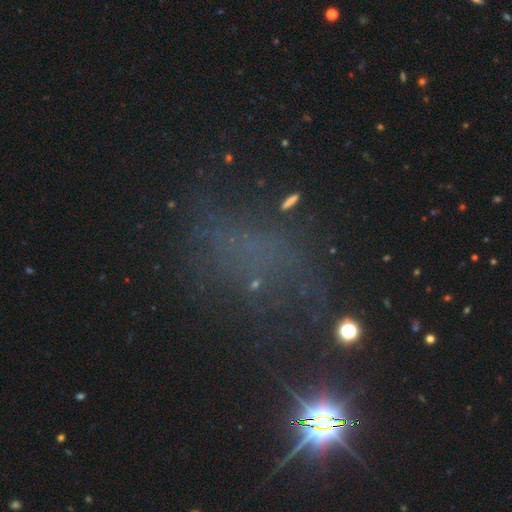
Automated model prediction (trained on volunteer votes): Morphology: type=star or artifact (46%).